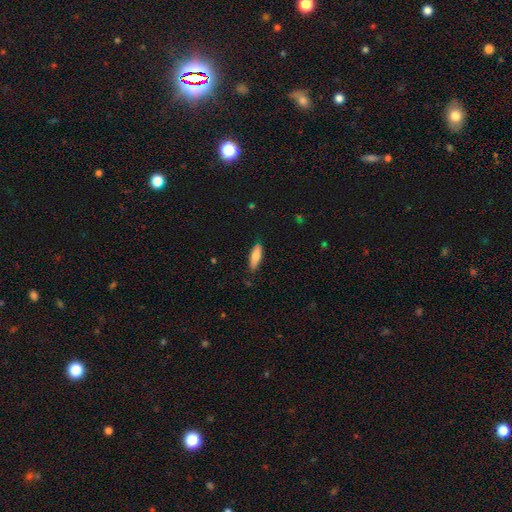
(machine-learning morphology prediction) smooth_or_featured: smooth (p=0.78) [alt: featured or disk p=0.16]
how_rounded: in between (p=0.55) [alt: cigar-shaped p=0.43]
merging: none (p=0.83) [alt: minor disturbance p=0.13]